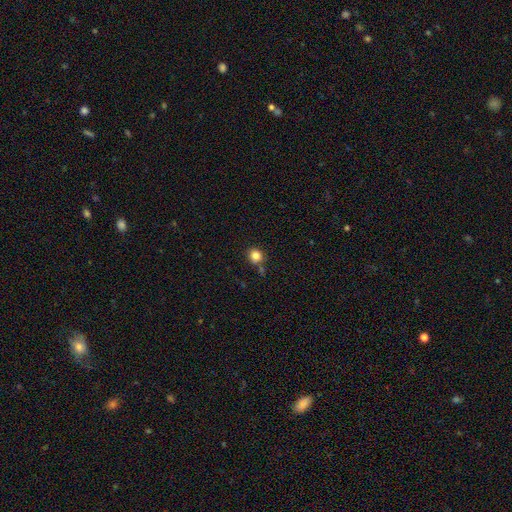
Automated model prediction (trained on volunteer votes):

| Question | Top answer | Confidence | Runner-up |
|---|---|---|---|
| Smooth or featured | smooth | 83% | star or artifact (12%) |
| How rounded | round | 86% | in between (13%) |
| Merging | none | 73% | minor disturbance (13%) |